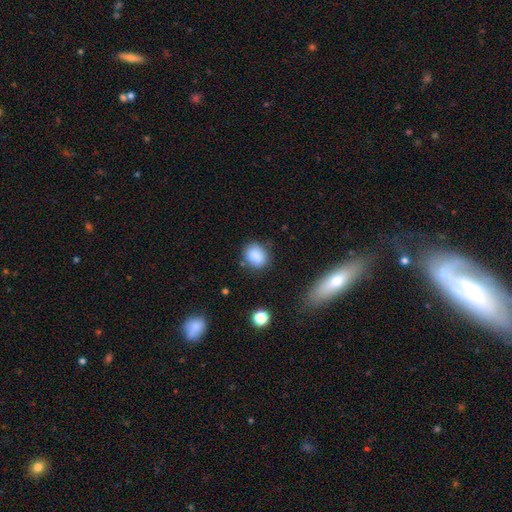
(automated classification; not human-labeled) Smooth or featured?
  - smooth: 87% *
  - star or artifact: 9%
  - featured or disk: 5%
How rounded?
  - round: 53% *
  - in between: 46%
  - cigar-shaped: 1%
Merging?
  - none: 76% *
  - minor disturbance: 16%
  - major disturbance: 4%
  - merger: 4%